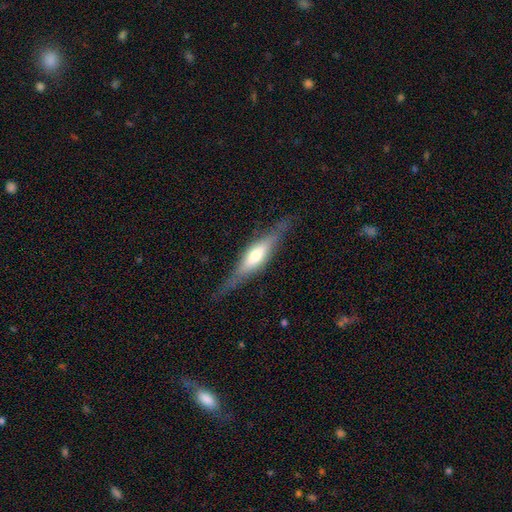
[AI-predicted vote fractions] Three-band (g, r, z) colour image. It shows a featured or disk galaxy (64%) viewed edge-on (93%) with a rounded central bulge (76%). Merging: none (80%).